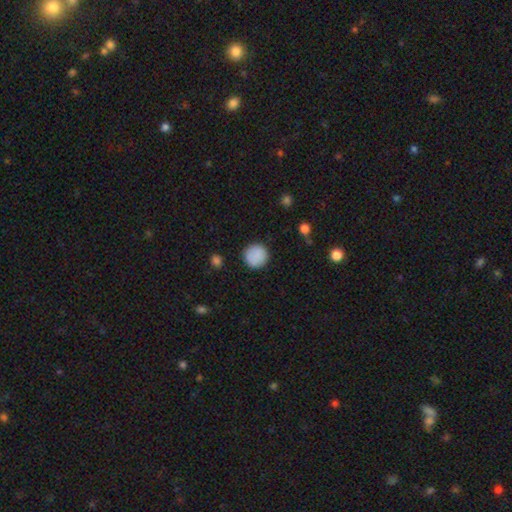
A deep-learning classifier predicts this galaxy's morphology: smooth 89%, star or artifact 8%, featured or disk 3%. Down the decision tree: how rounded — round (94%); merging — none (90%).